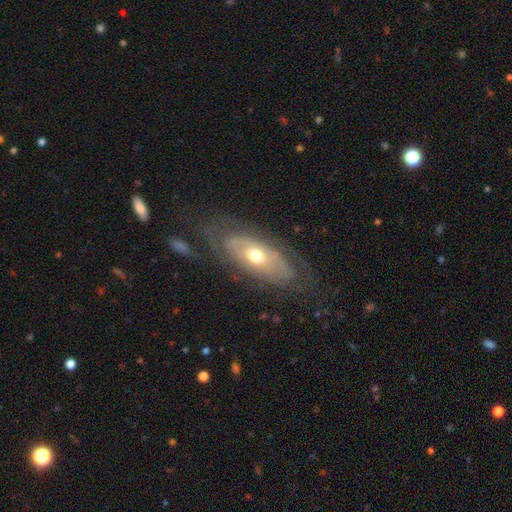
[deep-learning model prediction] Overall: featured or disk (70%). Edge-on disk: no (83%). Bar: no (81%). Spiral arms: yes (56%; no 44%). Bulge size: moderate (64%; small 29%). Merging: none (71%).